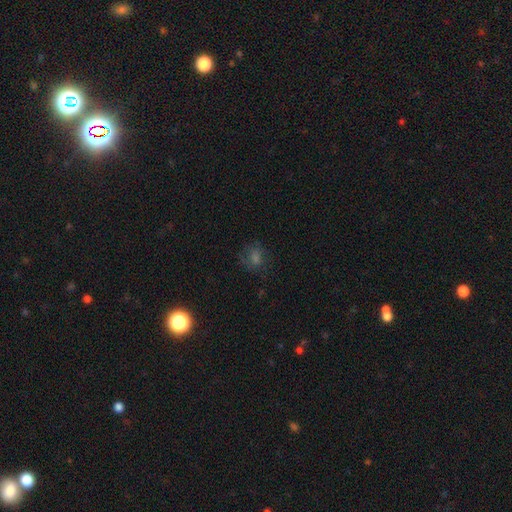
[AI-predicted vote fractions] Smooth or featured: smooth — 47% (star or artifact — 34%)
Merging: none — 72% (minor disturbance — 16%)